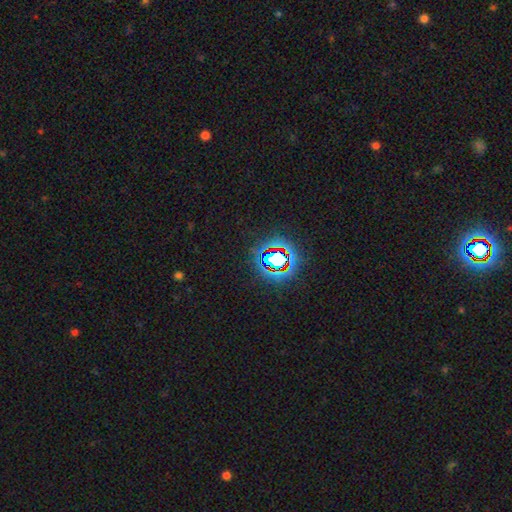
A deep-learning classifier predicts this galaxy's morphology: smooth-or-featured: star or artifact: 81% | smooth: 11% | featured or disk: 8%